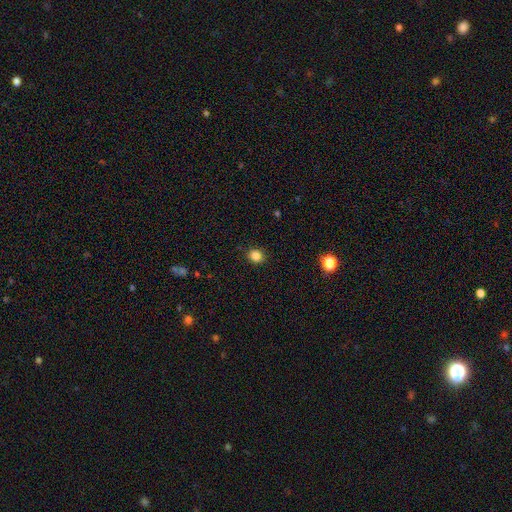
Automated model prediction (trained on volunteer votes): This appears to be a smooth galaxy with no disk features (84%) that is round (81%). Merging: none (90%).